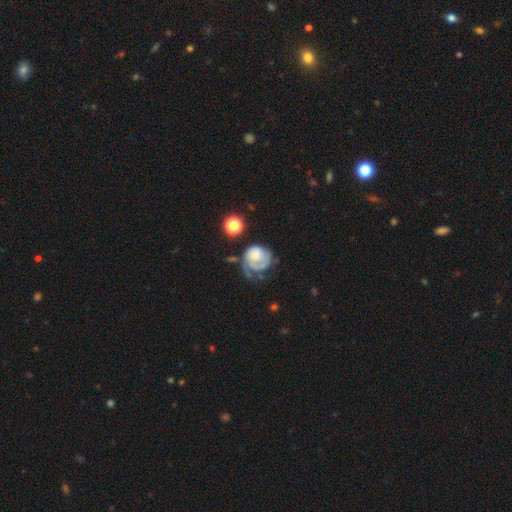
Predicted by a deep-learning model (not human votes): Smooth or featured: featured or disk — 65% (smooth — 27%)
Edge-on disk: no — 98% (yes — 2%)
Bar: no — 77% (weak — 20%)
Spiral arms: yes — 78% (no — 22%)
Bulge size: small — 44% (moderate — 40%)
Merging: none — 35% (major disturbance — 31%)